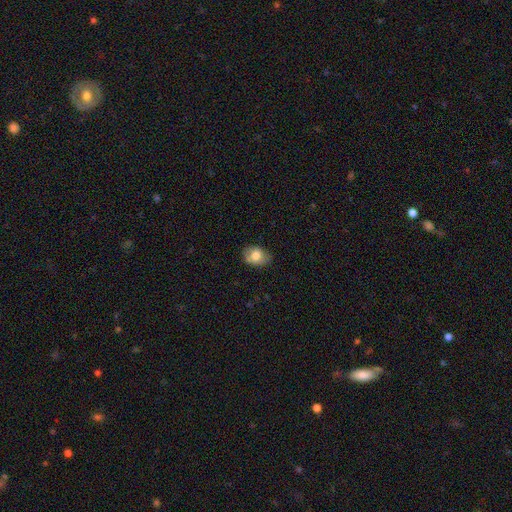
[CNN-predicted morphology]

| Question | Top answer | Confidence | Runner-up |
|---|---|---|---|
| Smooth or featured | smooth | 74% | featured or disk (18%) |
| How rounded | in between | 71% | round (28%) |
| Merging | none | 71% | minor disturbance (22%) |